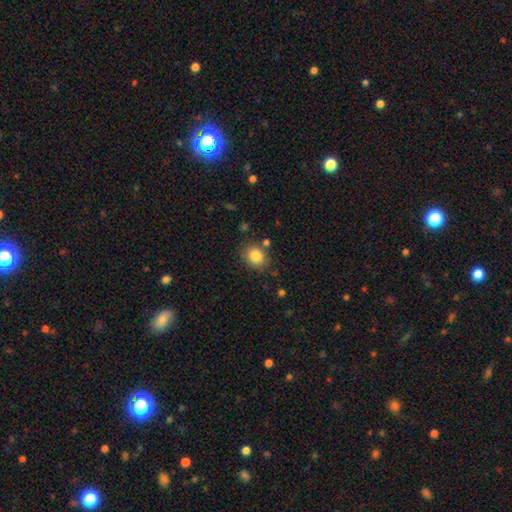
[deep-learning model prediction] Smooth or featured?
  - smooth: 84% *
  - star or artifact: 9%
  - featured or disk: 6%
How rounded?
  - round: 60% *
  - in between: 39%
  - cigar-shaped: 1%
Merging?
  - none: 79% *
  - minor disturbance: 12%
  - merger: 5%
  - major disturbance: 4%